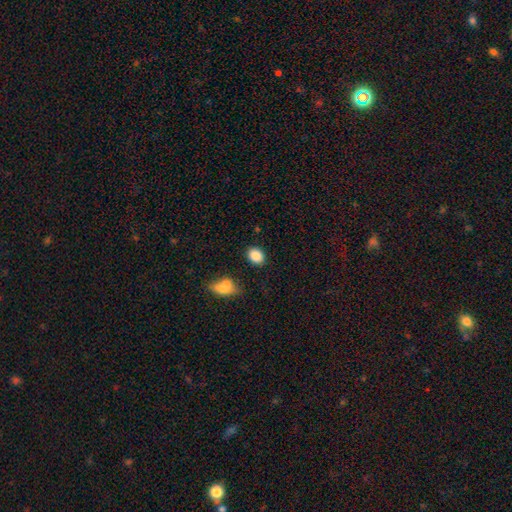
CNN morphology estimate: This appears to be a smooth galaxy with no disk features (87%) that is in between round and cigar-shaped (61%). Merging: none (83%).